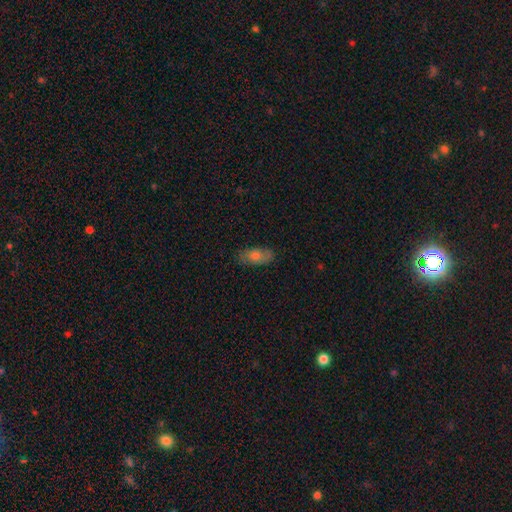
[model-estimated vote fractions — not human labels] smooth-or-featured: smooth: 67% | featured or disk: 24% | star or artifact: 9%
  how-rounded: in between: 85% | cigar-shaped: 11% | round: 4%
  merging: none: 81% | minor disturbance: 15% | major disturbance: 3% | merger: 1%